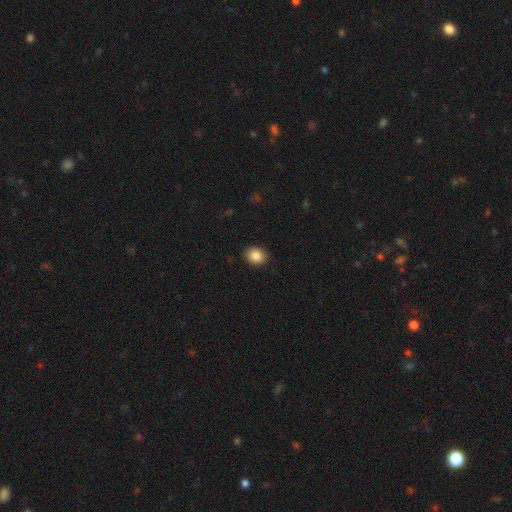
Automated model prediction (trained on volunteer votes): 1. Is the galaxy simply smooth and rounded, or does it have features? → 87% smooth, 9% star or artifact, 5% featured or disk.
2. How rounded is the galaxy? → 58% round, 41% in between, 1% cigar-shaped.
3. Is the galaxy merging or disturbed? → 90% none, 7% minor disturbance, 2% major disturbance, 1% merger.